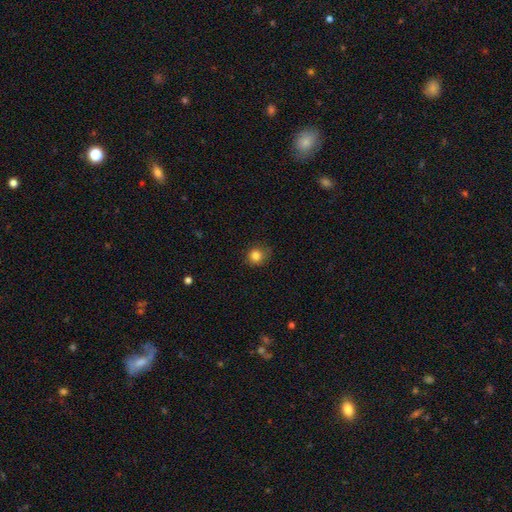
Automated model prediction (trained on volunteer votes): Morphology: type=smooth (83%); roundness=round (88%); merging=none (82%).